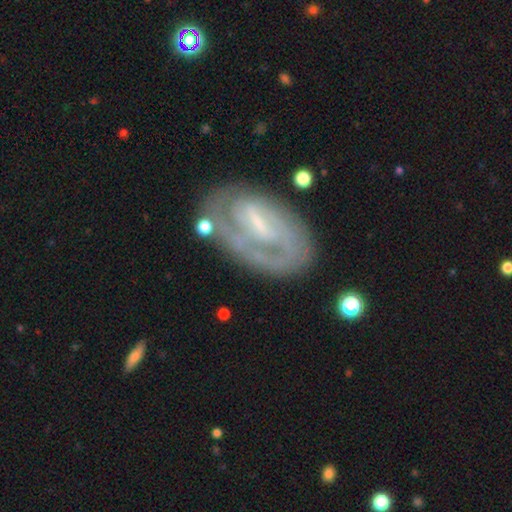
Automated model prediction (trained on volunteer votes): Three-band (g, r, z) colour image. It shows a featured or disk galaxy (67%) with a weak bar (42%), spiral arms (64%) and a small central bulge (45%). Merging: none (60%).